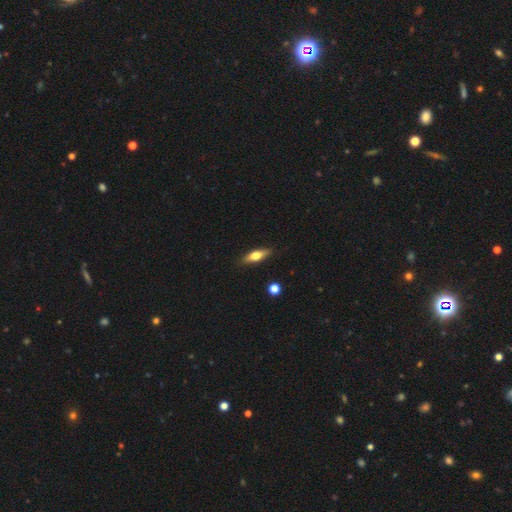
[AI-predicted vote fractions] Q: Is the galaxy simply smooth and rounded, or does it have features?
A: smooth — 54%.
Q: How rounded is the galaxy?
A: in between — 51%.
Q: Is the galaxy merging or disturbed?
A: none — 87%.